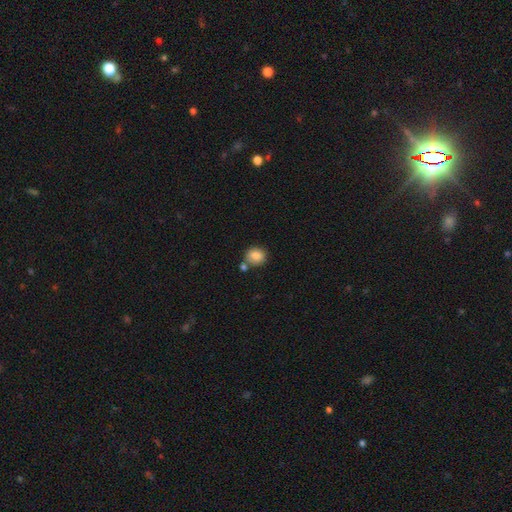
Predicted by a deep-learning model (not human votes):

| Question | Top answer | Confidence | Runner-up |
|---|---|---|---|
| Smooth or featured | smooth | 86% | star or artifact (9%) |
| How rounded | round | 72% | in between (27%) |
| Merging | none | 68% | merger (16%) |